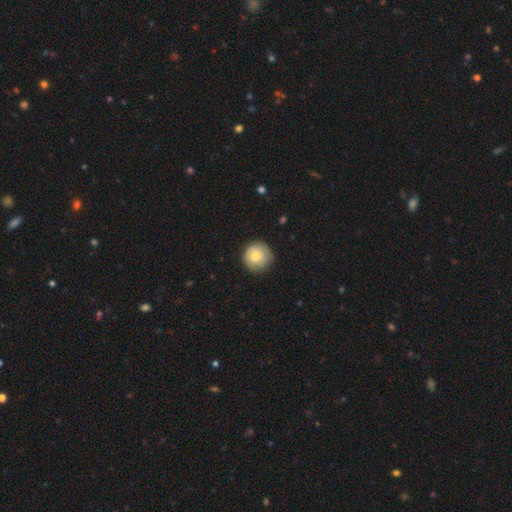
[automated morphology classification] A smooth galaxy with no disk features (76%) that is round (95%). Merging: none (81%).